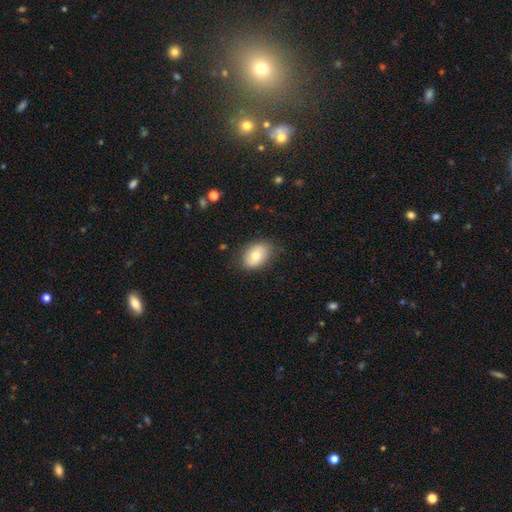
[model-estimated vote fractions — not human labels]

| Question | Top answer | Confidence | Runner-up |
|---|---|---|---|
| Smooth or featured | smooth | 70% | featured or disk (23%) |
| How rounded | in between | 80% | round (19%) |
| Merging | none | 81% | minor disturbance (15%) |